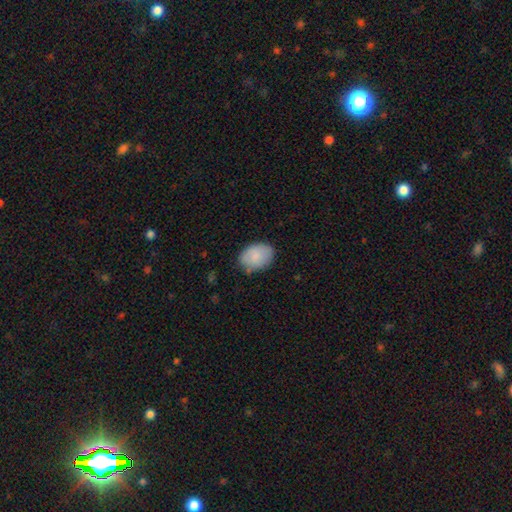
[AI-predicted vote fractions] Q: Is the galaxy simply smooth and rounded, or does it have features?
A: smooth — 85%.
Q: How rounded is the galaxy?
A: in between — 74%.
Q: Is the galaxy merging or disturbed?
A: none — 75%.